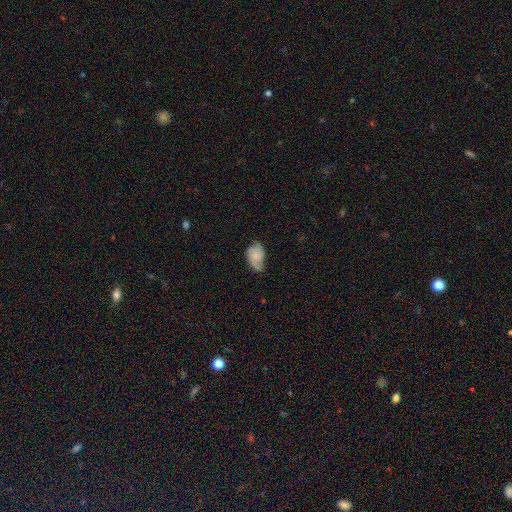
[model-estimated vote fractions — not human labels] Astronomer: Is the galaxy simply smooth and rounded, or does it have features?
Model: smooth — 53% (runner-up: featured or disk, 40%).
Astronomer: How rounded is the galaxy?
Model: in between — 84%.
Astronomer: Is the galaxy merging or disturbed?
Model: minor disturbance — 40%, tied with none at 40%.